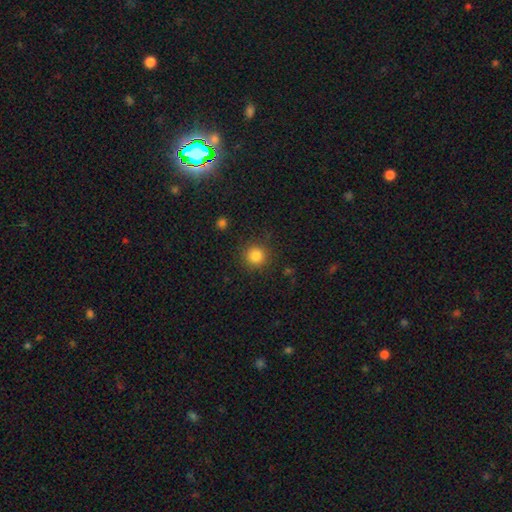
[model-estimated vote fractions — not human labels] Smooth or featured? smooth (84%)
How rounded? round (95%)
Merging? none (89%)